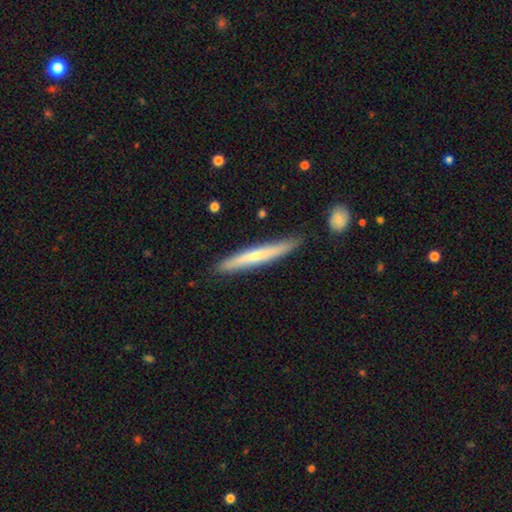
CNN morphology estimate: Smooth or featured?
  - smooth: 50% *
  - featured or disk: 44%
  - star or artifact: 5%
How rounded?
  - cigar-shaped: 95% *
  - in between: 3%
  - round: 1%
Merging?
  - none: 87% *
  - minor disturbance: 10%
  - merger: 2%
  - major disturbance: 2%